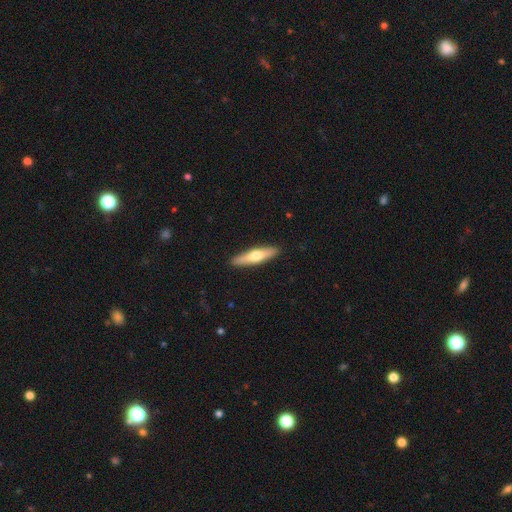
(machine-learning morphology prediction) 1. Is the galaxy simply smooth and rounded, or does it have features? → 52% smooth, 43% featured or disk, 5% star or artifact.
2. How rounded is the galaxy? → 80% cigar-shaped, 18% in between, 2% round.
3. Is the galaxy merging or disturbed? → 91% none, 7% minor disturbance, 1% major disturbance, 1% merger.